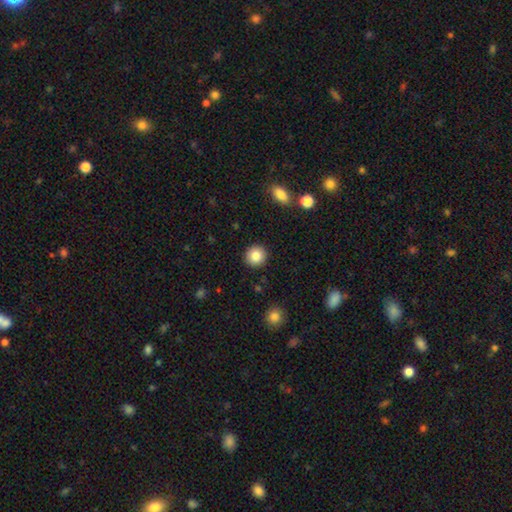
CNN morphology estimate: A smooth galaxy with no disk features (85%) that is round (90%). Merging: none (91%).